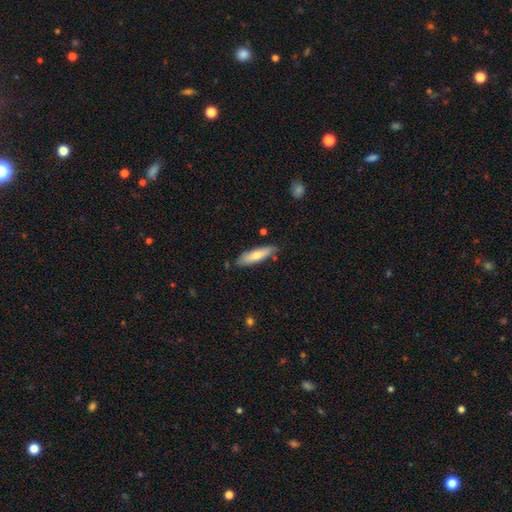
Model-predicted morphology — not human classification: This appears to be a smooth galaxy with no disk features (67%) that is cigar-shaped (68%). Merging: none (80%).